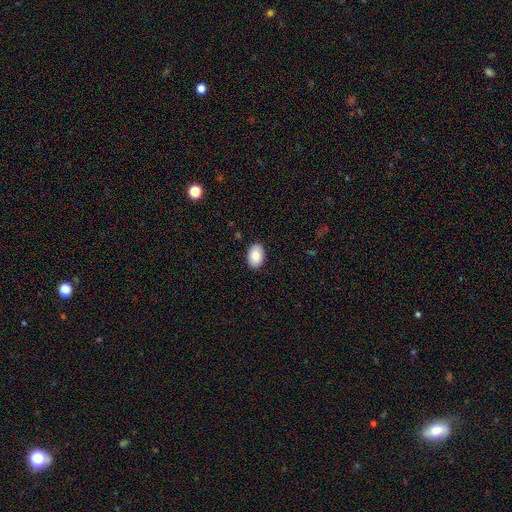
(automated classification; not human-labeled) Smooth or featured? smooth (82%)
How rounded? in between (87%)
Merging? none (89%)